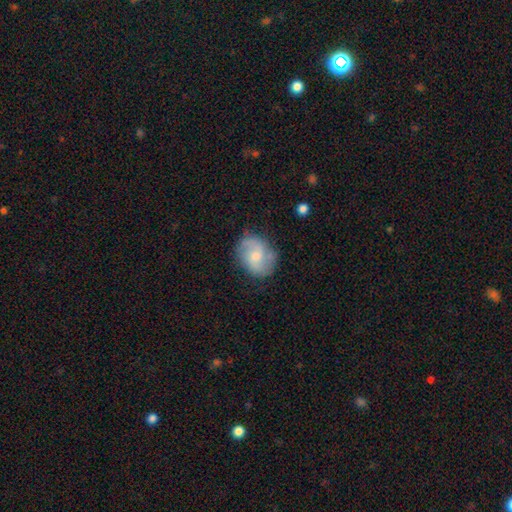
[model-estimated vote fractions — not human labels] featured or disk 66%, smooth 27%, star or artifact 7%. Down the decision tree: edge-on disk — no (97%); bar — no (49%); spiral arms — yes (91%); spiral arm count — 2 (85%); spiral winding — medium (48%); bulge size — moderate (47%); merging — none (74%).